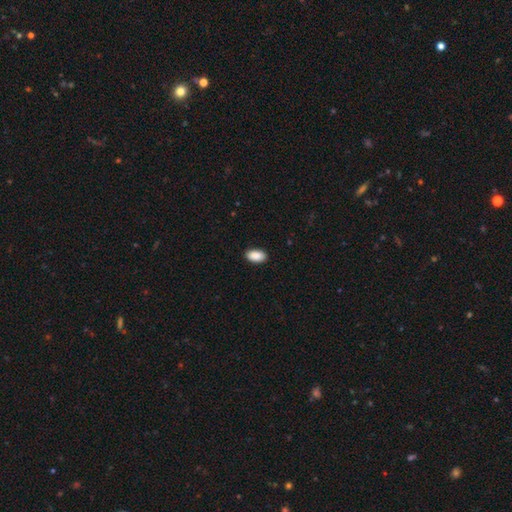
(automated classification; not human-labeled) Morphology: type=smooth (90%); roundness=in between (94%); merging=none (90%).